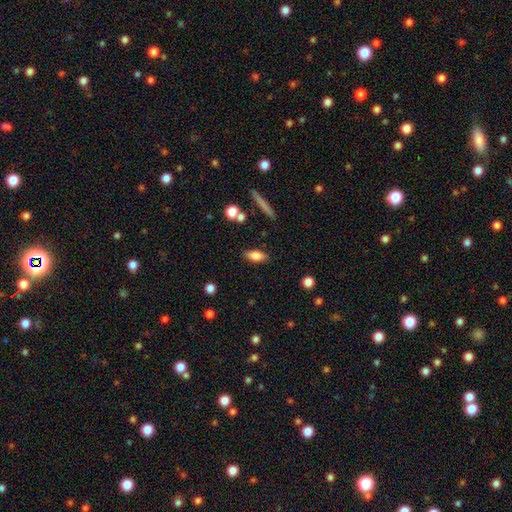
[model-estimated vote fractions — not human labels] Q: Smooth or featured?
A: smooth (76%); runner-up: featured or disk (16%)
Q: How rounded?
A: in between (77%); runner-up: cigar-shaped (20%)
Q: Merging?
A: none (83%); runner-up: minor disturbance (11%)